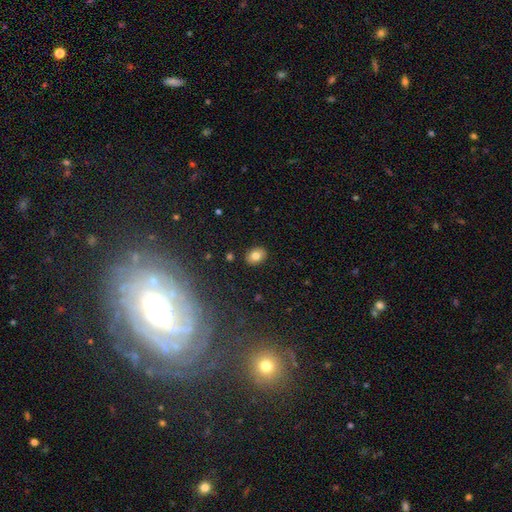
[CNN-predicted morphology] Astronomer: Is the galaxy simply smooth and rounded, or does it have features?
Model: smooth — 79%.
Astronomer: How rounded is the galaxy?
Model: in between — 64%.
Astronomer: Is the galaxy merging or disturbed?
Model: none — 88%.